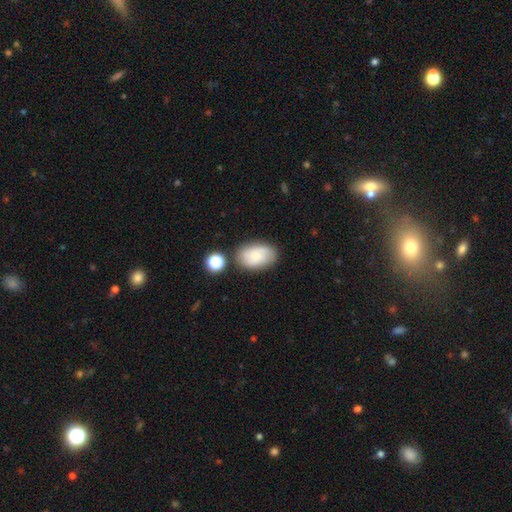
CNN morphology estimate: A smooth galaxy with no disk features (60%) that is in between round and cigar-shaped (86%). Merging: none (71%).